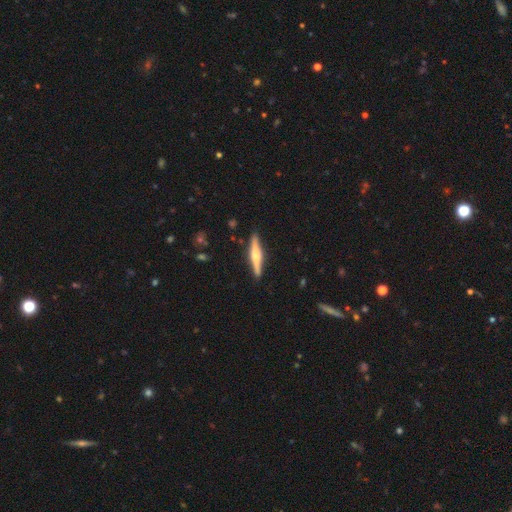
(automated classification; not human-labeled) Smooth or featured? Predicted: featured or disk (p=0.62). Edge-on disk? Predicted: yes (p=0.97). Edge-on bulge? Predicted: rounded (p=0.82). Merging? Predicted: none (p=0.90).